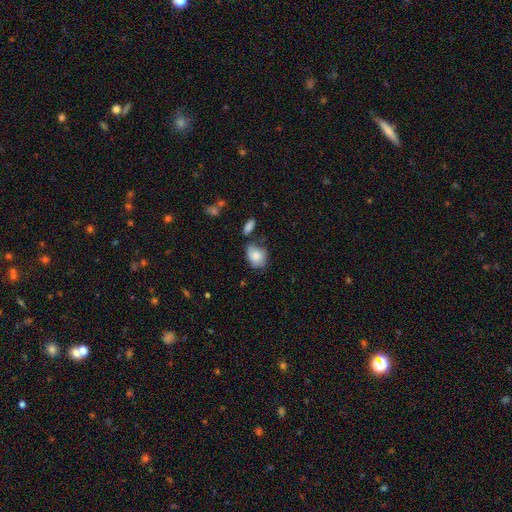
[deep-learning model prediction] A smooth galaxy with no disk features (77%) that is in between round and cigar-shaped (73%).

Vote fractions:
- Smooth or featured? smooth: 77% / featured or disk: 16% / star or artifact: 7%
- How rounded? in between: 73% / round: 26% / cigar-shaped: 1%
- Merging? none: 42% / minor disturbance: 33% / merger: 13% / major disturbance: 12%